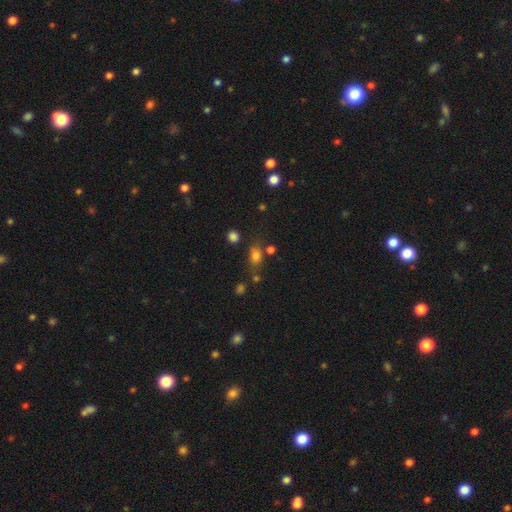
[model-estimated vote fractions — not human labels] A smooth galaxy with no disk features (75%) that is in between round and cigar-shaped (68%). Merging: none (64%).